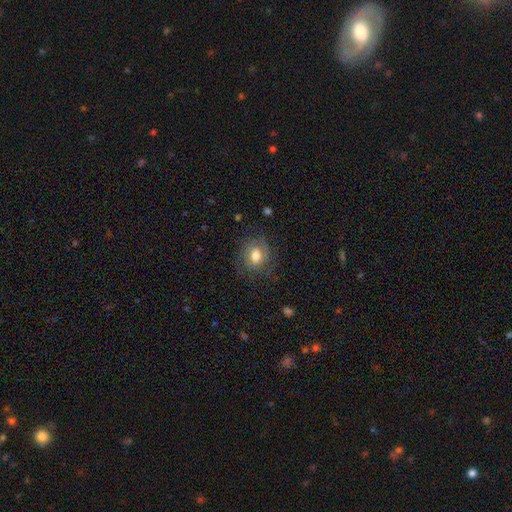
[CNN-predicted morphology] This appears to be a smooth galaxy with no disk features (51%) that is round (56%). Merging: none (72%).